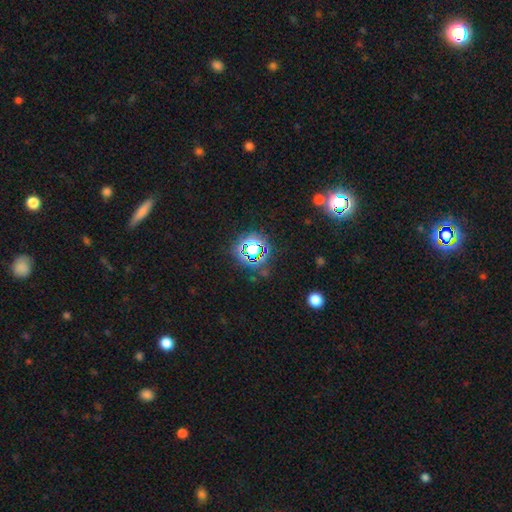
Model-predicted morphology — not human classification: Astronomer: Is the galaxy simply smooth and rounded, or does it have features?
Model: star or artifact — 71%.